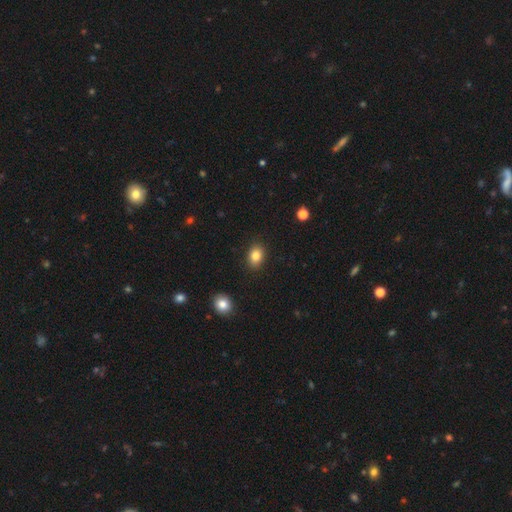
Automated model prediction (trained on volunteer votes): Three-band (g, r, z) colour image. It shows a smooth galaxy with no disk features (84%) that is in between round and cigar-shaped (72%). Merging: none (88%).